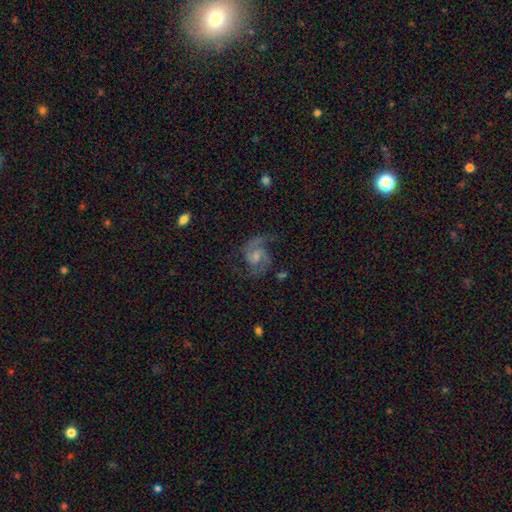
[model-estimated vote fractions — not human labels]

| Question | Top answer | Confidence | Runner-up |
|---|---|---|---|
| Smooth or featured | featured or disk | 86% | star or artifact (8%) |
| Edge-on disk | no | 98% | yes (2%) |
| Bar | no | 48% | weak (43%) |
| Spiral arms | yes | 97% | no (3%) |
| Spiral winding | medium | 58% | loose (23%) |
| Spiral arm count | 2 | 89% | can't tell (3%) |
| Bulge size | small | 46% | moderate (38%) |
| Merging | none | 72% | minor disturbance (16%) |